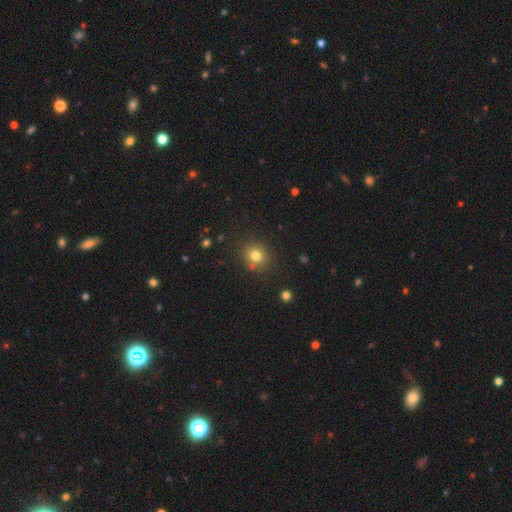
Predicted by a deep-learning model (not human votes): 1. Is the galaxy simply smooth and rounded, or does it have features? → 77% smooth, 15% star or artifact, 8% featured or disk.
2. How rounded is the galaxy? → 78% round, 21% in between, 1% cigar-shaped.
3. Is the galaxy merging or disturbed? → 81% none, 9% minor disturbance, 7% merger, 3% major disturbance.